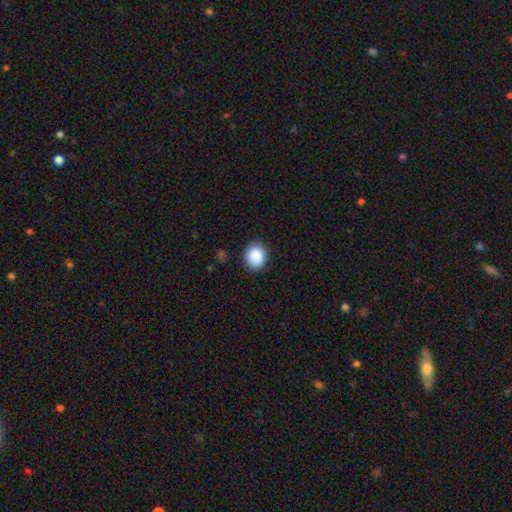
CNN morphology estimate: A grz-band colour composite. It shows a smooth galaxy with no disk features (88%) that is round (76%). Merging: none (87%).